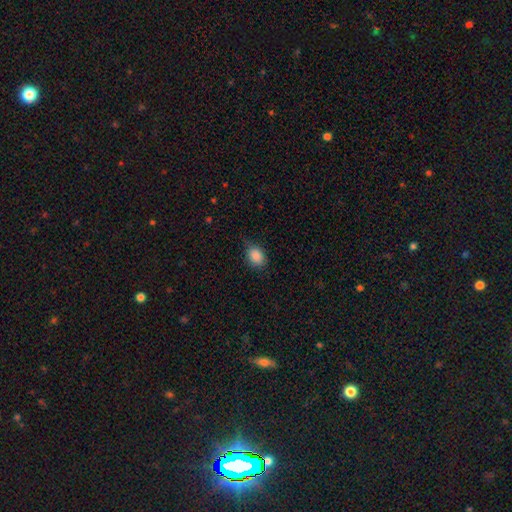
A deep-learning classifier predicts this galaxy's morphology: Q: Smooth or featured?
A: smooth (87%); runner-up: star or artifact (8%)
Q: How rounded?
A: in between (61%); runner-up: round (38%)
Q: Merging?
A: none (72%); runner-up: minor disturbance (22%)